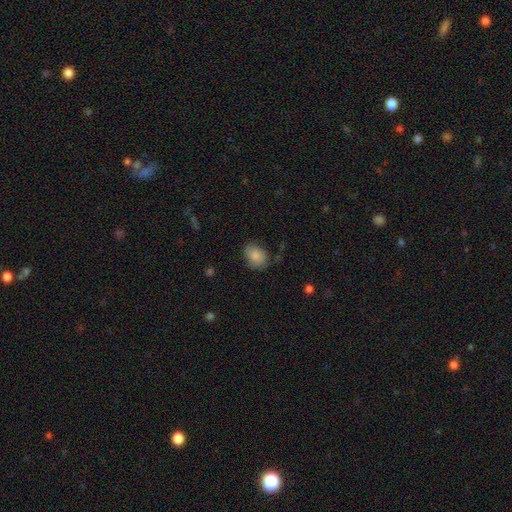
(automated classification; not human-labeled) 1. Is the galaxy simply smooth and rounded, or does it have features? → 84% smooth, 8% featured or disk, 8% star or artifact.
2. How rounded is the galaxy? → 59% in between, 40% round, 1% cigar-shaped.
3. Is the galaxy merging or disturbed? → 69% none, 23% minor disturbance, 6% major disturbance, 2% merger.